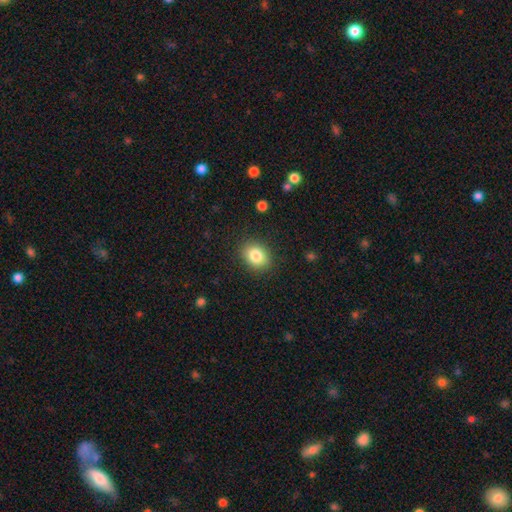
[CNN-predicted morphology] smooth-or-featured: smooth: 83% | star or artifact: 9% | featured or disk: 8%
  how-rounded: in between: 54% | round: 45% | cigar-shaped: 1%
  merging: none: 87% | minor disturbance: 9% | major disturbance: 3% | merger: 1%